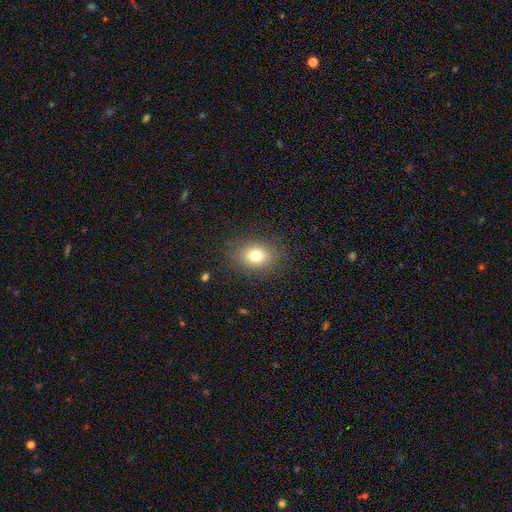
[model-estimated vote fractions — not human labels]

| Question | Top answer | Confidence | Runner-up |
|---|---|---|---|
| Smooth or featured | smooth | 78% | star or artifact (12%) |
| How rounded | in between | 62% | round (37%) |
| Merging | none | 85% | minor disturbance (10%) |